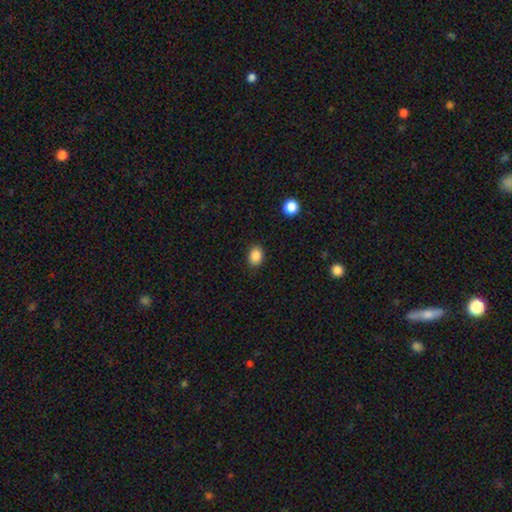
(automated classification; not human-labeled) smooth_or_featured: smooth (p=0.87) [alt: star or artifact p=0.10]
how_rounded: in between (p=0.63) [alt: round p=0.36]
merging: none (p=0.85) [alt: minor disturbance p=0.11]